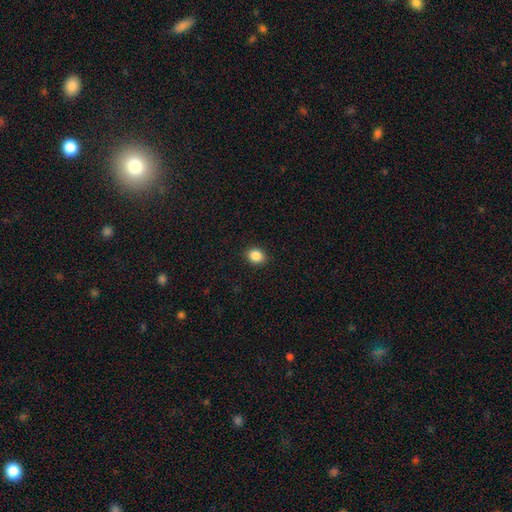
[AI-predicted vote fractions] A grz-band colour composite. It shows a smooth galaxy with no disk features (87%) that is round (65%). Merging: none (91%).